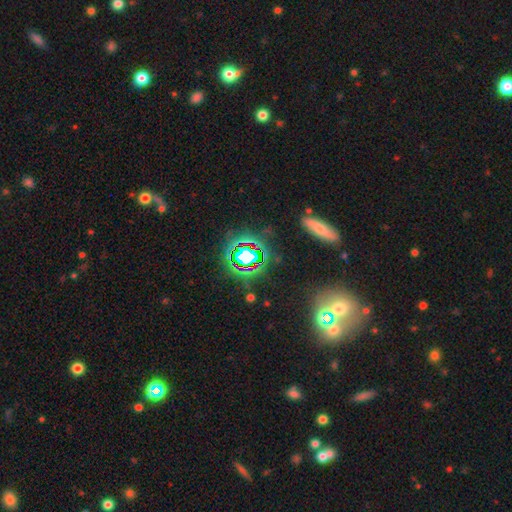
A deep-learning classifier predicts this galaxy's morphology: smooth_or_featured: star or artifact (p=0.58) [alt: smooth p=0.26]